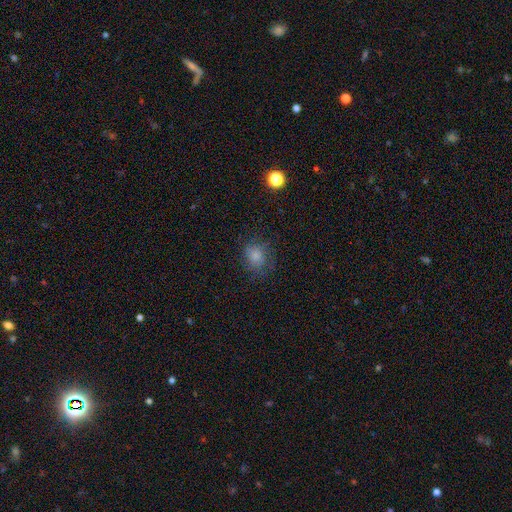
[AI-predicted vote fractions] Q: Smooth or featured?
A: smooth (79%); runner-up: star or artifact (12%)
Q: How rounded?
A: round (68%); runner-up: in between (31%)
Q: Merging?
A: none (73%); runner-up: minor disturbance (18%)